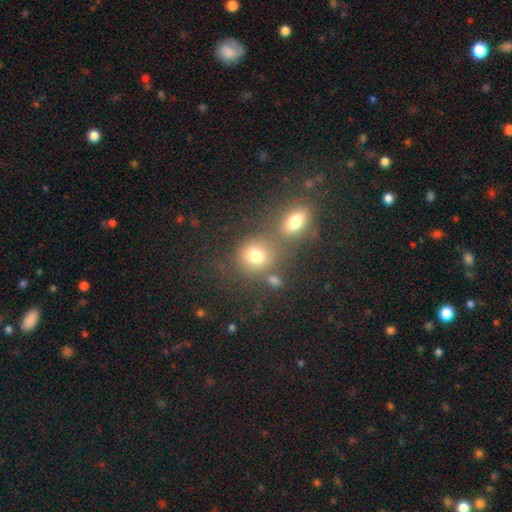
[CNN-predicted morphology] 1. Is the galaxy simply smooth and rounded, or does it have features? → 76% smooth, 14% star or artifact, 10% featured or disk.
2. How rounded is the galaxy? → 73% round, 26% in between, 1% cigar-shaped.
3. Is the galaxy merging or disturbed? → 46% none, 39% merger, 10% minor disturbance, 6% major disturbance.